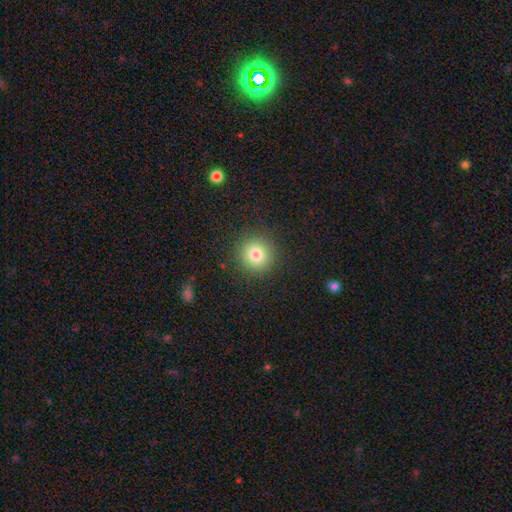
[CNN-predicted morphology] Smooth or featured: smooth — 80% (star or artifact — 12%)
How rounded: round — 94% (in between — 5%)
Merging: none — 91% (minor disturbance — 6%)